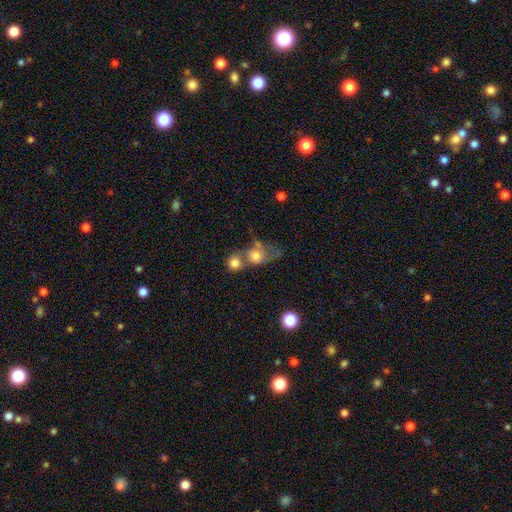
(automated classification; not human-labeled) Smooth or featured? smooth (68%)
How rounded? round (63%)
Merging? merger (61%)